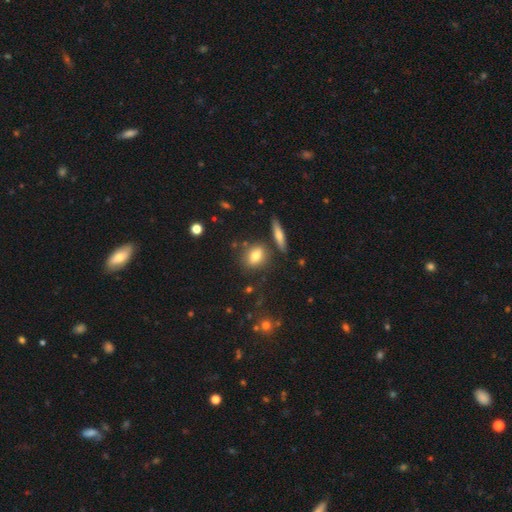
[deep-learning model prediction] smooth 76%, featured or disk 14%, star or artifact 10%. Down the decision tree: how rounded — in between (62%); merging — none (76%).